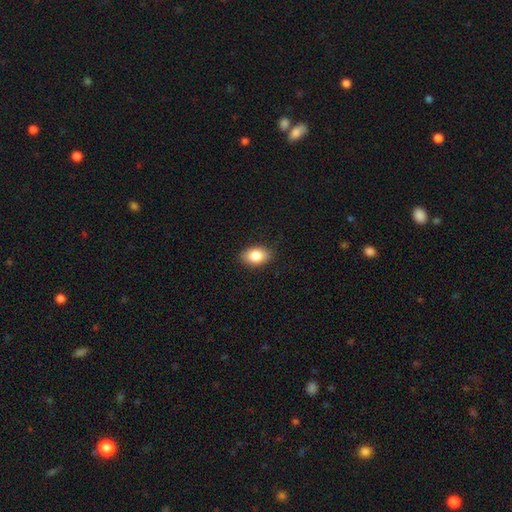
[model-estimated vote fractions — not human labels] Smooth or featured?
  - smooth: 84% *
  - featured or disk: 9%
  - star or artifact: 8%
How rounded?
  - in between: 87% *
  - round: 12%
  - cigar-shaped: 1%
Merging?
  - none: 87% *
  - minor disturbance: 10%
  - major disturbance: 2%
  - merger: 1%